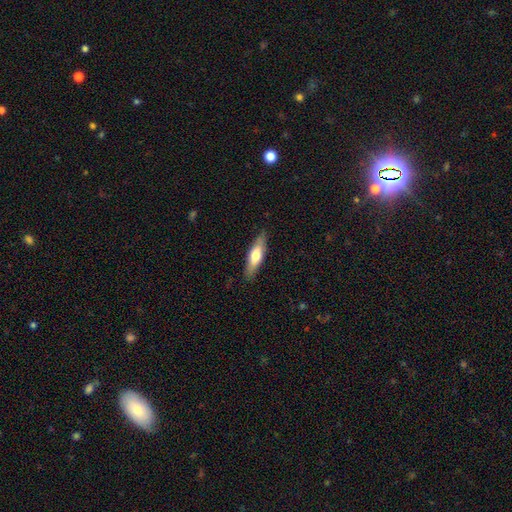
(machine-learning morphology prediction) This is possibly a smooth galaxy (58%). How rounded: likely cigar-shaped (60%). Merging: clearly none (86%).